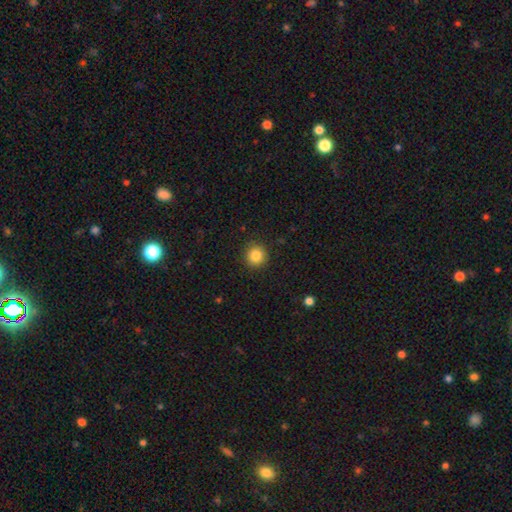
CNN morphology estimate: Overall: smooth (85%). How rounded: round (91%). Merging: none (90%).